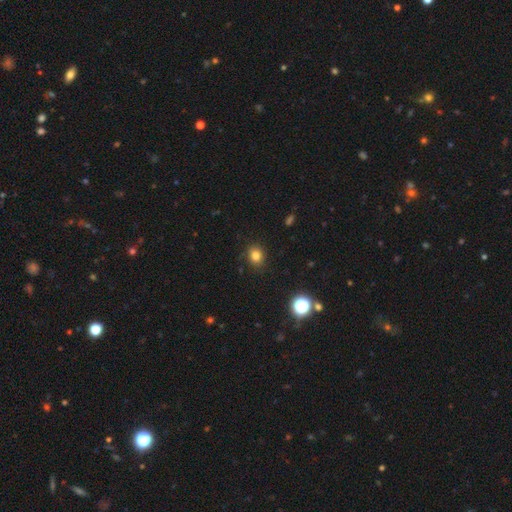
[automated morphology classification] Smooth or featured? Predicted: smooth (p=0.81). How rounded? Predicted: round (p=0.67). Merging? Predicted: none (p=0.87).